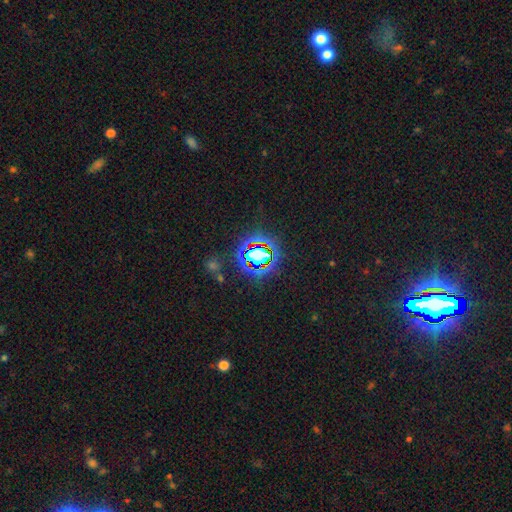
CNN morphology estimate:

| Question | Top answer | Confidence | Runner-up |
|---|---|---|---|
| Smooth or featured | star or artifact | 67% | smooth (21%) |